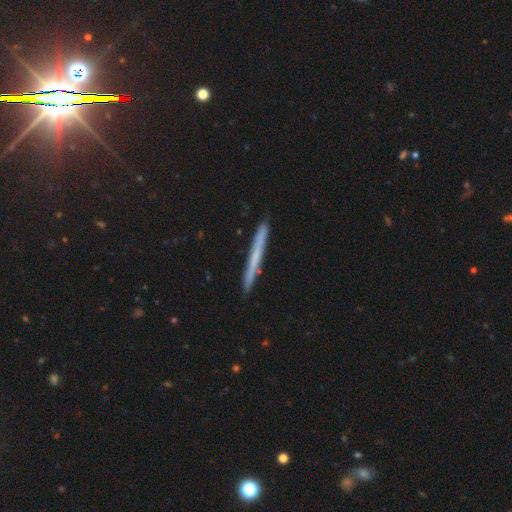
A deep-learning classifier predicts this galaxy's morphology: This appears to be a smooth galaxy with no disk features (53%) that is cigar-shaped (97%). Merging: none (91%).